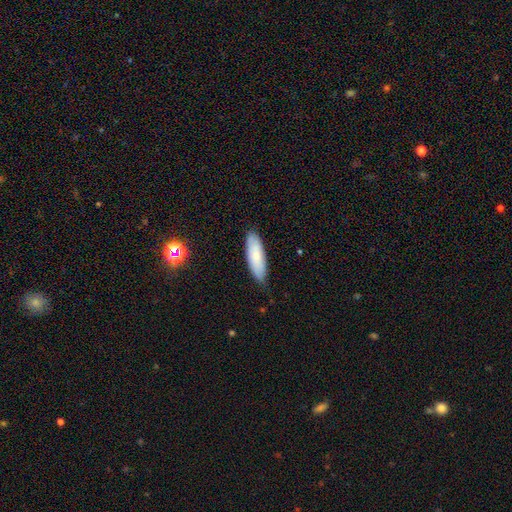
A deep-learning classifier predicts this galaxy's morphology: Smooth or featured?
  - smooth: 75% *
  - featured or disk: 18%
  - star or artifact: 7%
How rounded?
  - in between: 53% *
  - cigar-shaped: 46%
  - round: 2%
Merging?
  - none: 83% *
  - minor disturbance: 14%
  - major disturbance: 2%
  - merger: 1%